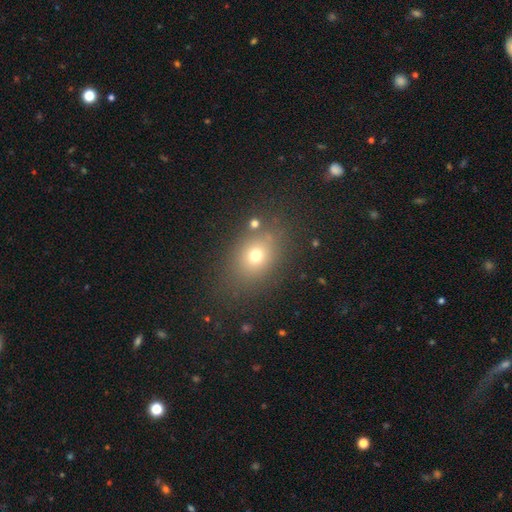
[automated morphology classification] smooth-or-featured: smooth: 70% | star or artifact: 18% | featured or disk: 12%
  how-rounded: in between: 51% | round: 48% | cigar-shaped: 1%
  merging: none: 77% | minor disturbance: 12% | major disturbance: 6% | merger: 4%